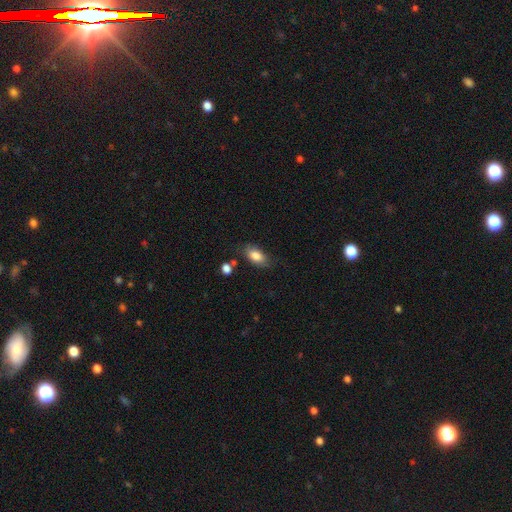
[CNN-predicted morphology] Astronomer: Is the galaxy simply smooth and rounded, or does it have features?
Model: smooth — 83%.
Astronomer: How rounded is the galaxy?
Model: in between — 88%.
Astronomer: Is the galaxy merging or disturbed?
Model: none — 75%.